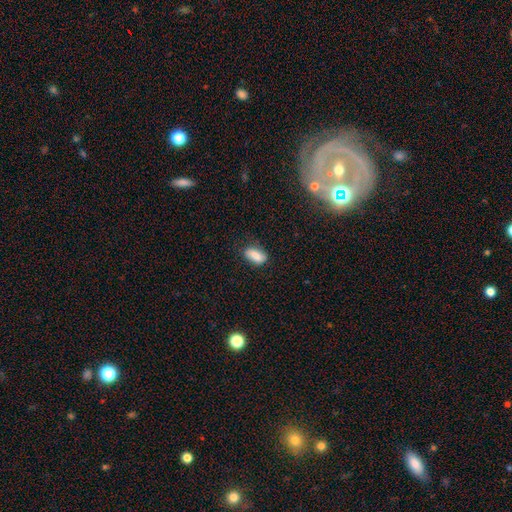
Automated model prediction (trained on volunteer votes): The model was most divided on "merging": none: 78%, minor disturbance: 17%, major disturbance: 4%, merger: 1%. More confident: how rounded — in between (89%); smooth or featured — smooth (82%).